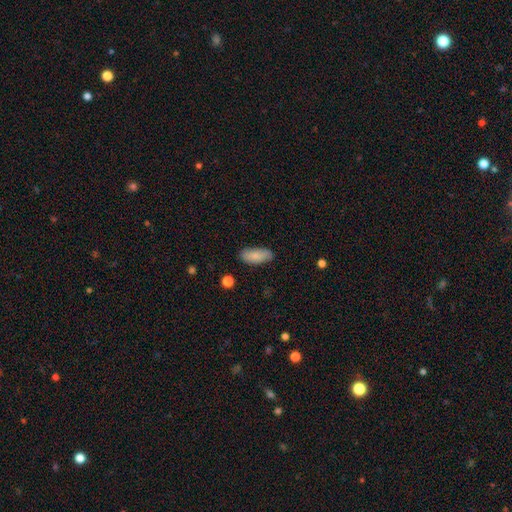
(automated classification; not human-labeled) A smooth galaxy with no disk features (82%) that is in between round and cigar-shaped (85%). Merging: none (82%).